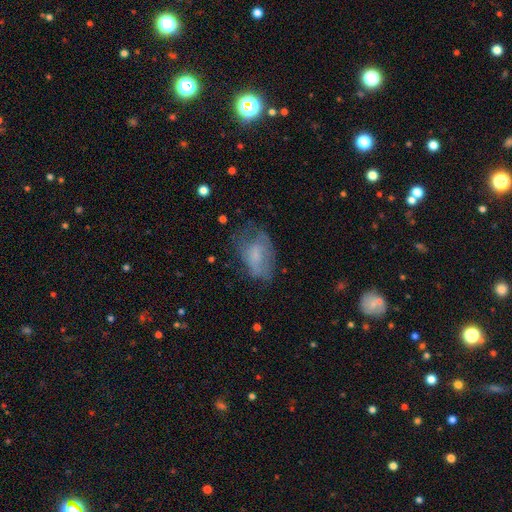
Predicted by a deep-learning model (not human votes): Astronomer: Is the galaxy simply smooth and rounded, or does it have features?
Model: smooth — 58%.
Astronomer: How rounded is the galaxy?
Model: in between — 88%.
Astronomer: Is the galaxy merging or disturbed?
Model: none — 43% (runner-up: minor disturbance, 29%).